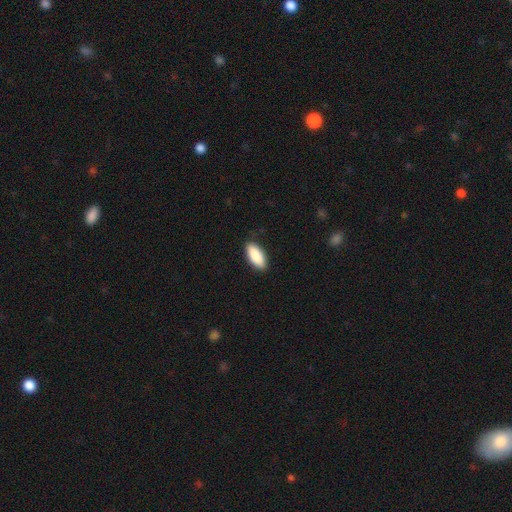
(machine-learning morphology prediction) This appears to be a smooth galaxy with no disk features (88%) that is in between round and cigar-shaped (85%). Merging: none (87%).